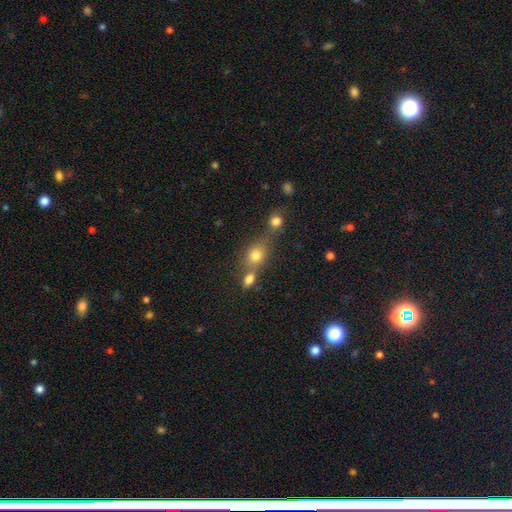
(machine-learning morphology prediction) Smooth or featured?
  - smooth: 75% *
  - star or artifact: 14%
  - featured or disk: 11%
How rounded?
  - round: 58% *
  - in between: 39%
  - cigar-shaped: 3%
Merging?
  - merger: 48% *
  - none: 38%
  - minor disturbance: 9%
  - major disturbance: 5%